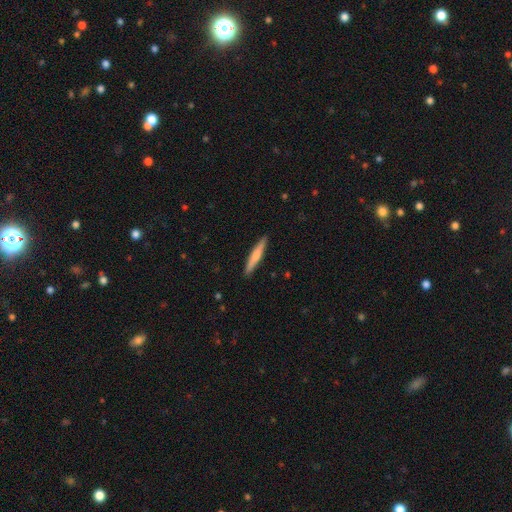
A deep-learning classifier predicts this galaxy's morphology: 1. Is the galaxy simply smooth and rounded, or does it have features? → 64% smooth, 31% featured or disk, 5% star or artifact.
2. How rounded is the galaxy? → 94% cigar-shaped, 5% in between, 1% round.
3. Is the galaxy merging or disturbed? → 91% none, 7% minor disturbance, 1% major disturbance, 1% merger.